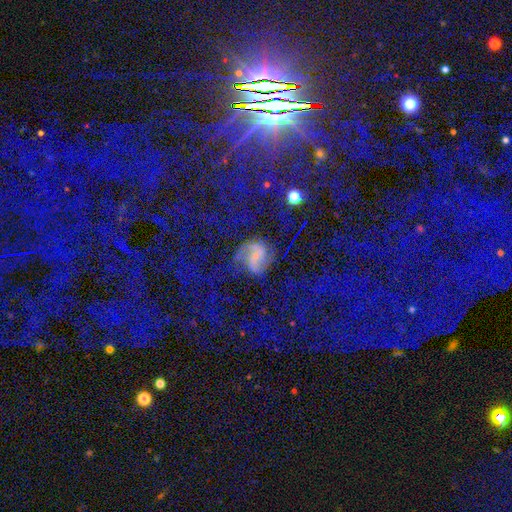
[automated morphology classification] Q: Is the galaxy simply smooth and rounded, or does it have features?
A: featured or disk — 59%.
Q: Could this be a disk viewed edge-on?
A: no — 97%.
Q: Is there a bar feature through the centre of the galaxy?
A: no — 50%.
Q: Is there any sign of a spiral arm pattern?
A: yes — 90%.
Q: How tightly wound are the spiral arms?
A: medium — 46%.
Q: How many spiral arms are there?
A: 2 — 81%.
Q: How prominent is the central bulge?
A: small — 70%.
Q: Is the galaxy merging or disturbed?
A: none — 58%.